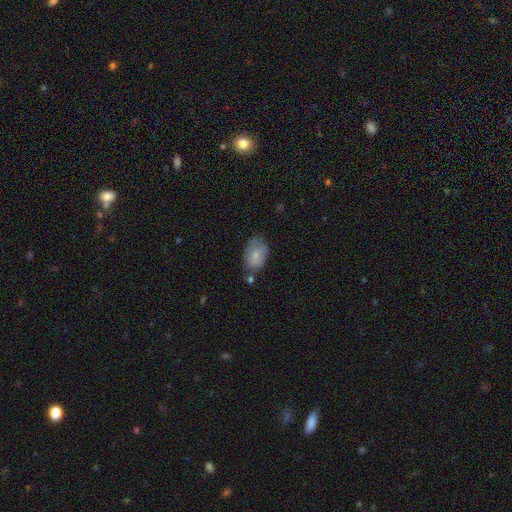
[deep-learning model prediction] Q: Smooth or featured?
A: smooth (78%); runner-up: featured or disk (15%)
Q: How rounded?
A: in between (87%); runner-up: round (12%)
Q: Merging?
A: none (58%); runner-up: minor disturbance (28%)